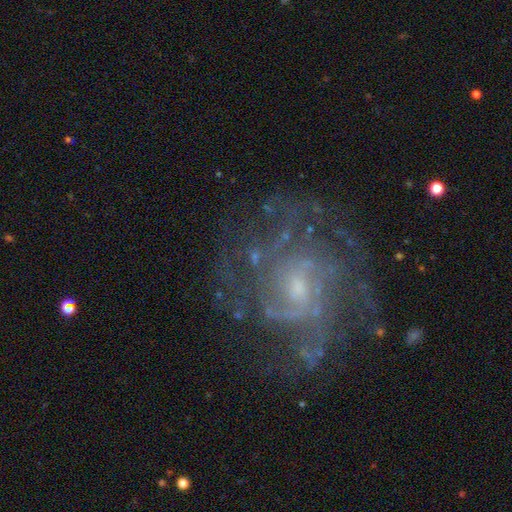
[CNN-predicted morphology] Q: Smooth or featured?
A: featured or disk (83%); runner-up: star or artifact (10%)
Q: Edge-on disk?
A: no (98%); runner-up: yes (2%)
Q: Bar?
A: no (57%); runner-up: weak (37%)
Q: Spiral arms?
A: yes (91%); runner-up: no (9%)
Q: Spiral winding?
A: tight (45%); runner-up: medium (41%)
Q: Spiral arm count?
A: can't tell (35%); runner-up: 2 (19%)
Q: Bulge size?
A: small (57%); runner-up: moderate (33%)
Q: Merging?
A: none (64%); runner-up: minor disturbance (17%)